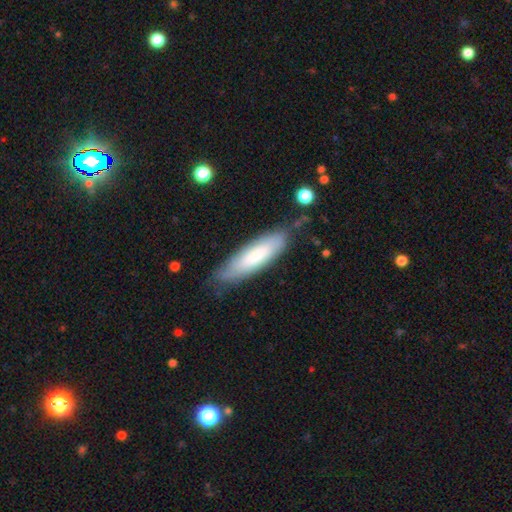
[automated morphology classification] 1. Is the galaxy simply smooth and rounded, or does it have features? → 72% smooth, 23% featured or disk, 6% star or artifact.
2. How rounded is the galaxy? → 57% cigar-shaped, 42% in between, 1% round.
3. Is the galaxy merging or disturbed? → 75% none, 19% minor disturbance, 4% major disturbance, 2% merger.